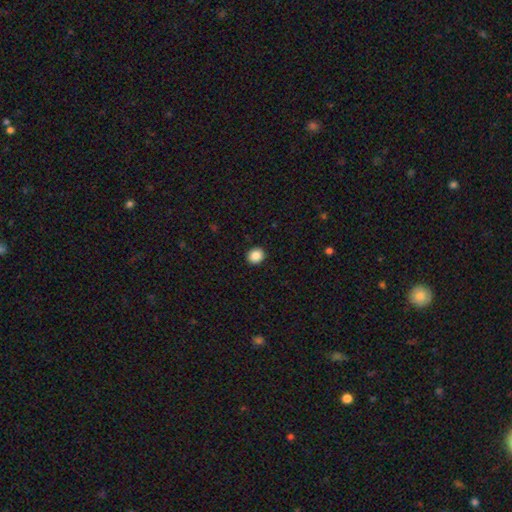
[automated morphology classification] Smooth or featured?
  - smooth: 87% *
  - star or artifact: 9%
  - featured or disk: 3%
How rounded?
  - round: 79% *
  - in between: 20%
  - cigar-shaped: 1%
Merging?
  - none: 92% *
  - minor disturbance: 5%
  - major disturbance: 2%
  - merger: 1%